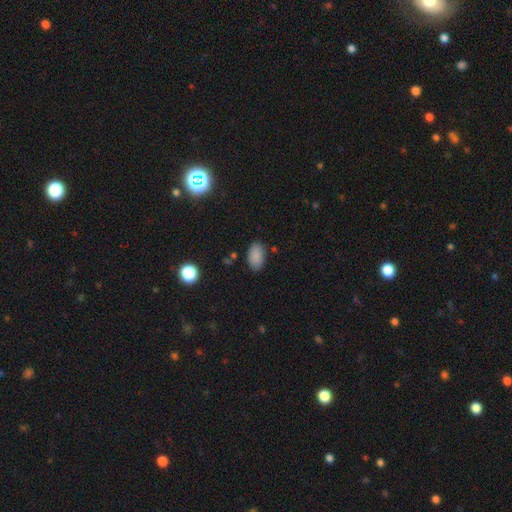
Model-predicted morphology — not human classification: Smooth or featured? smooth (86%)
How rounded? in between (92%)
Merging? none (83%)